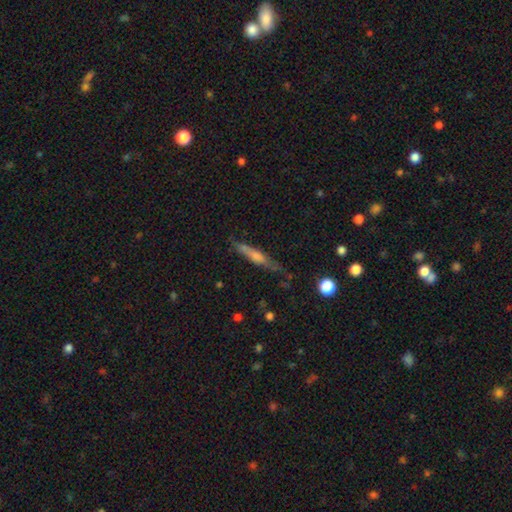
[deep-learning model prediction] A featured or disk galaxy (54%) viewed edge-on (92%).

Vote fractions:
- Smooth or featured? featured or disk: 54% / smooth: 37% / star or artifact: 9%
- Edge-on disk? yes: 92% / no: 8%
- Merging? none: 75% / minor disturbance: 18% / major disturbance: 5% / merger: 3%